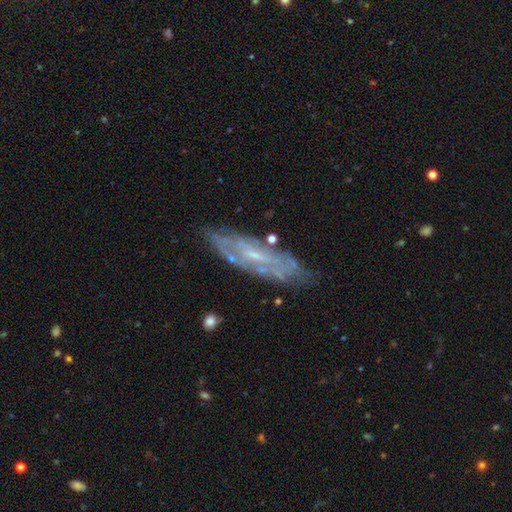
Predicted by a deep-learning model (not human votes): Overall: featured or disk (72%). Edge-on disk: no (70%; yes 30%). Bar: no (42%; weak 41%). Spiral arms: yes (62%; no 38%). Bulge size: small (64%). Merging: none (72%).